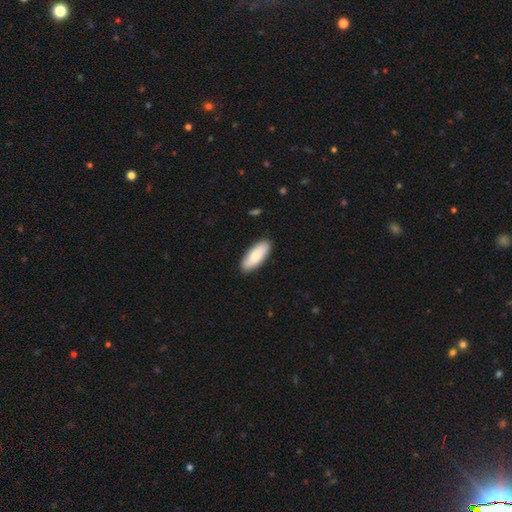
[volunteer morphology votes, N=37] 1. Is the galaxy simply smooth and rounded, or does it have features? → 81% smooth, 19% featured or disk, 0% star or artifact.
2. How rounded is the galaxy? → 87% in between, 13% cigar-shaped, 0% round.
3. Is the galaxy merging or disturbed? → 92% none, 5% minor disturbance, 3% major disturbance, 0% merger.